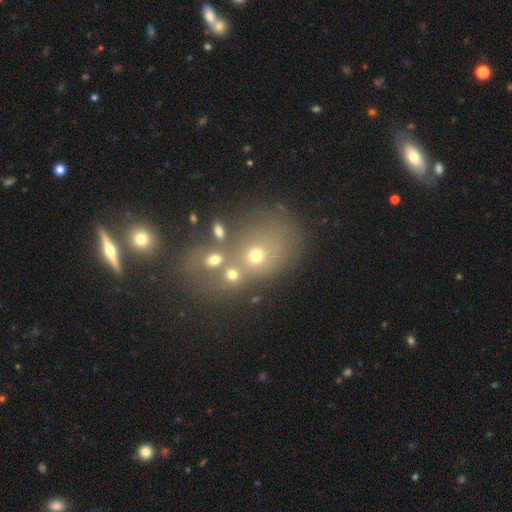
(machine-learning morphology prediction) Q: Smooth or featured?
A: smooth (44%); runner-up: star or artifact (33%)
Q: Merging?
A: none (42%); runner-up: merger (40%)